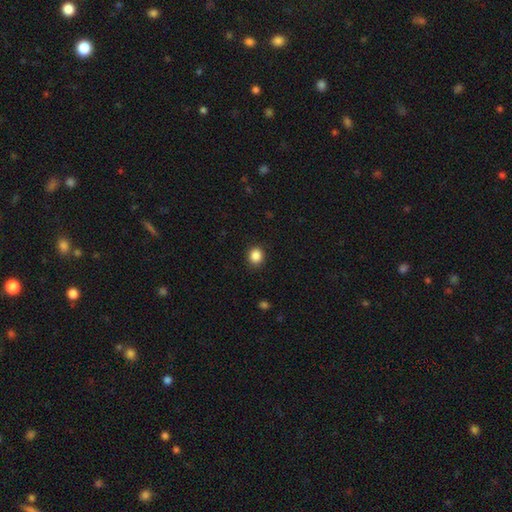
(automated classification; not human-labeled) The model was most divided on "how rounded": round: 82%, in between: 18%, cigar-shaped: 1%. More confident: merging — none (90%); smooth or featured — smooth (87%).